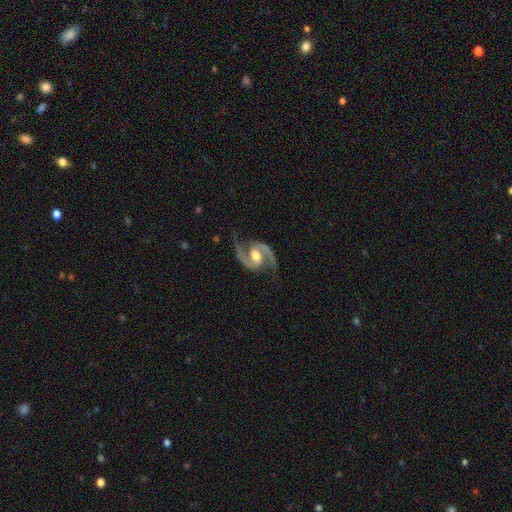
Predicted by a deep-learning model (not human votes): The model was most divided on "bar": weak: 45%, no: 32%, strong: 22%. More confident: spiral arms — yes (98%); edge-on disk — no (98%); spiral arm count — 2 (95%); smooth or featured — featured or disk (93%); merging — none (79%); bulge size — moderate (73%); spiral winding — medium (62%).